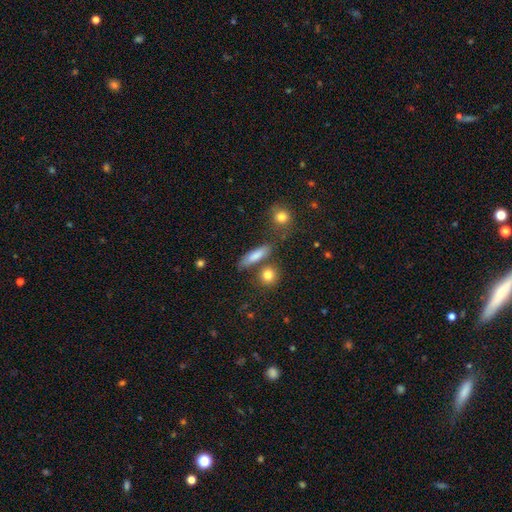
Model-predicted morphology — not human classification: Smooth or featured: smooth — 80% (featured or disk — 12%)
How rounded: cigar-shaped — 55% (in between — 33%)
Merging: none — 72% (minor disturbance — 13%)